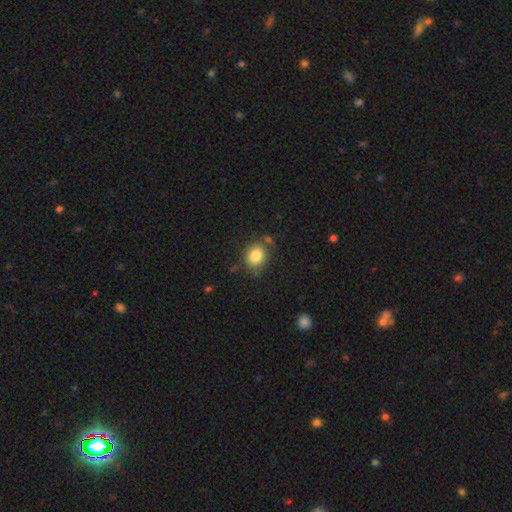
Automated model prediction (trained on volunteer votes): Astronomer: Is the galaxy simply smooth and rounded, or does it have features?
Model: smooth — 82%.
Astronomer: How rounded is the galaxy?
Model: round — 67%.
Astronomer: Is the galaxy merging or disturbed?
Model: none — 73%.